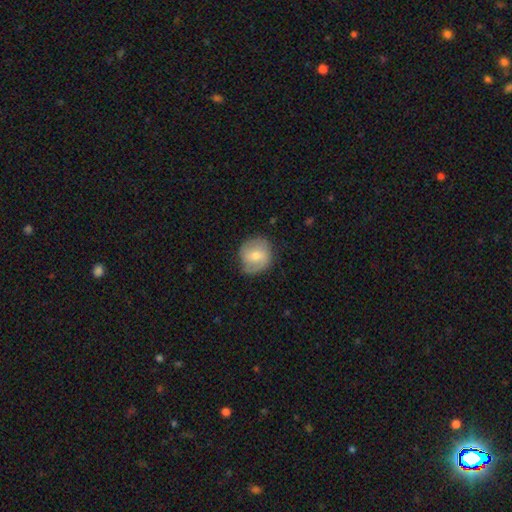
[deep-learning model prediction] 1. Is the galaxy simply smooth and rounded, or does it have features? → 47% smooth, 46% featured or disk, 7% star or artifact.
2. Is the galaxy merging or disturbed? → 73% none, 20% minor disturbance, 6% major disturbance, 1% merger.